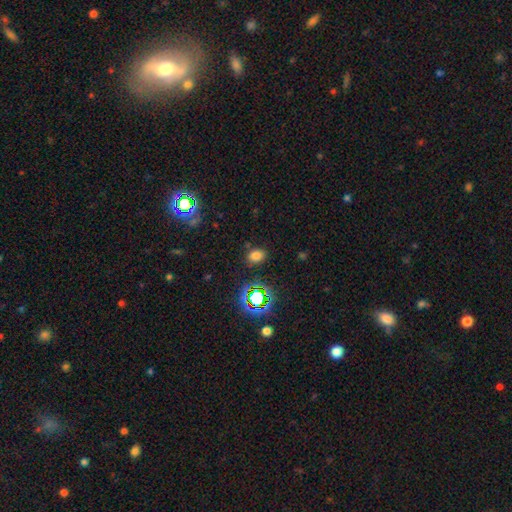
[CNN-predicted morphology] A smooth galaxy with no disk features (71%) that is in between round and cigar-shaped (63%). Merging: none (83%).